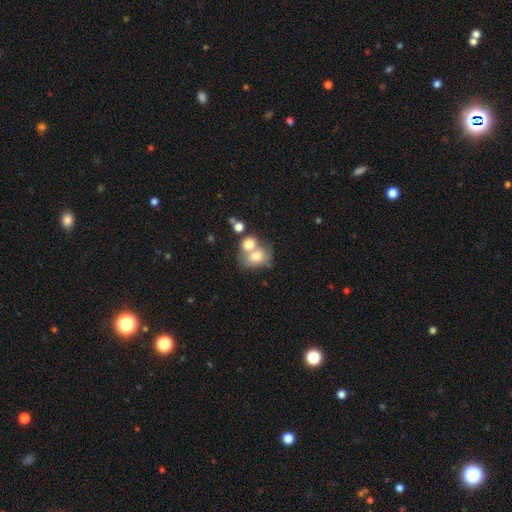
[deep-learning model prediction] Morphology: type=smooth (71%); roundness=in between (57%); merging=merger (58%).